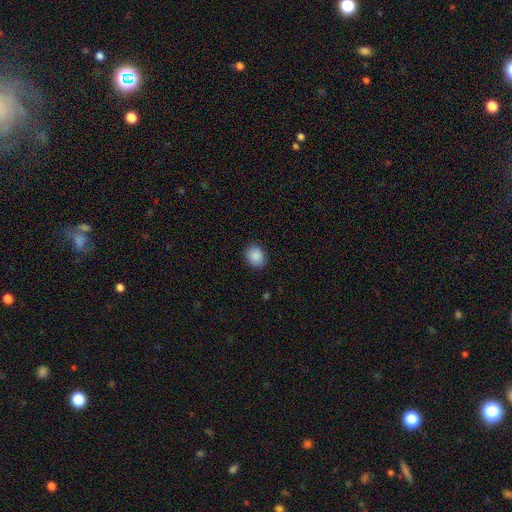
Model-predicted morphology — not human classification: The model was most divided on "how rounded": round: 66%, in between: 34%, cigar-shaped: 1%. More confident: smooth or featured — smooth (89%); merging — none (88%).